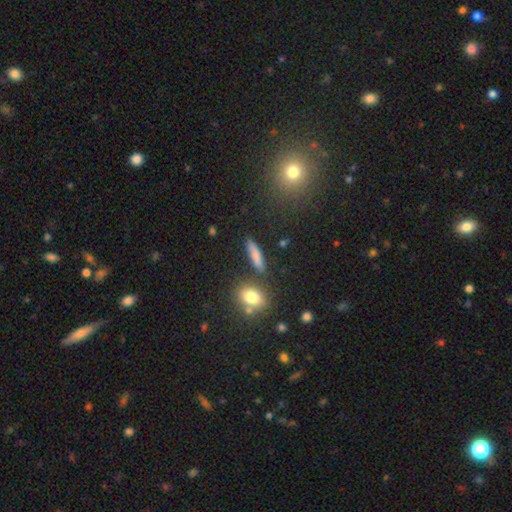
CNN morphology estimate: A smooth galaxy with no disk features (76%) that is cigar-shaped (78%).

Vote fractions:
- Smooth or featured? smooth: 76% / featured or disk: 15% / star or artifact: 10%
- How rounded? cigar-shaped: 78% / in between: 17% / round: 5%
- Merging? none: 83% / minor disturbance: 10% / merger: 5% / major disturbance: 3%